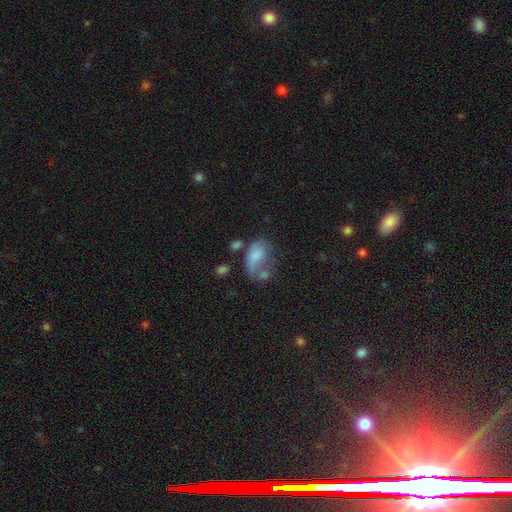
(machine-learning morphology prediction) smooth_or_featured: smooth (p=0.66) [alt: featured or disk p=0.24]
how_rounded: in between (p=0.85) [alt: round p=0.13]
merging: major disturbance (p=0.32) [alt: merger p=0.24]